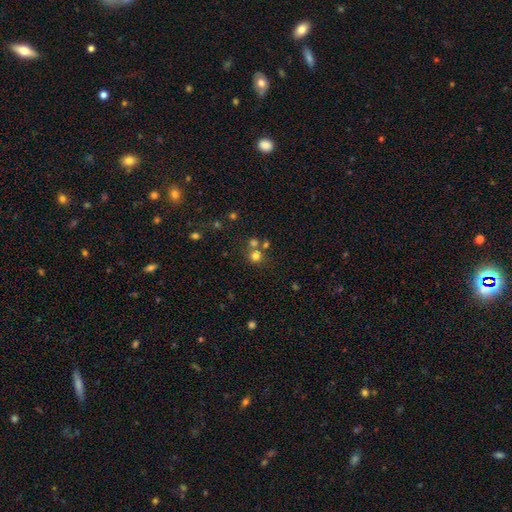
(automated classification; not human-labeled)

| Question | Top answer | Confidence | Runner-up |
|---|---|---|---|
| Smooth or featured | smooth | 73% | star or artifact (18%) |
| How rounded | round | 90% | in between (9%) |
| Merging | none | 61% | merger (29%) |